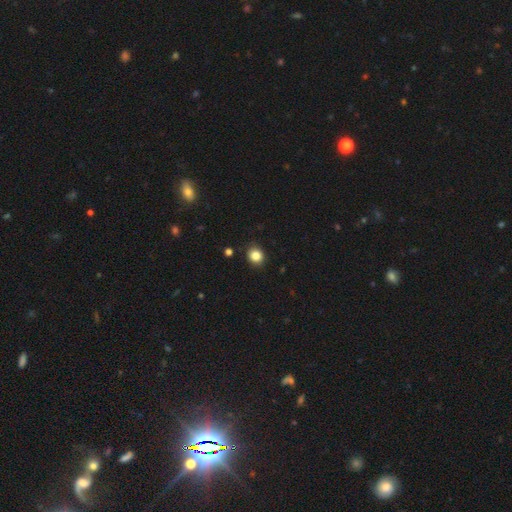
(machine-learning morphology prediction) Smooth or featured? smooth (85%)
How rounded? round (80%)
Merging? none (88%)